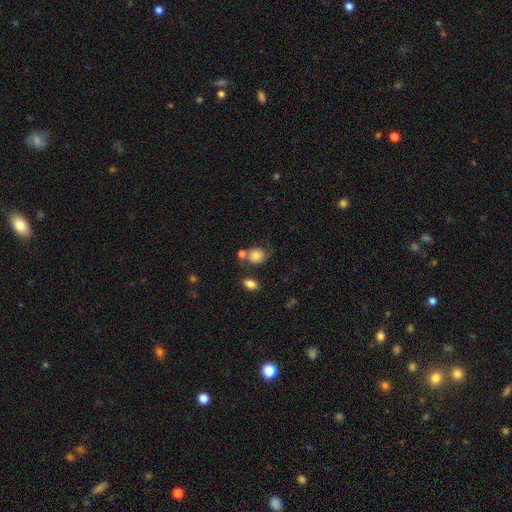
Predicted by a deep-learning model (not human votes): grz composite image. It shows a smooth galaxy with no disk features (69%) that is round (58%). Merging: none (47%).